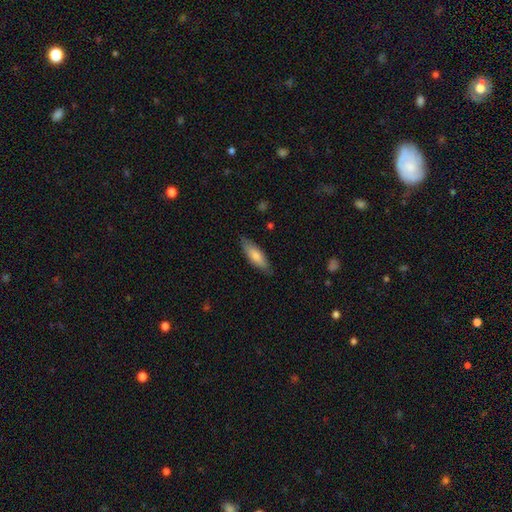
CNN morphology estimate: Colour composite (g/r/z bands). It shows a smooth galaxy with no disk features (75%) that is in between round and cigar-shaped (55%). Merging: none (82%).